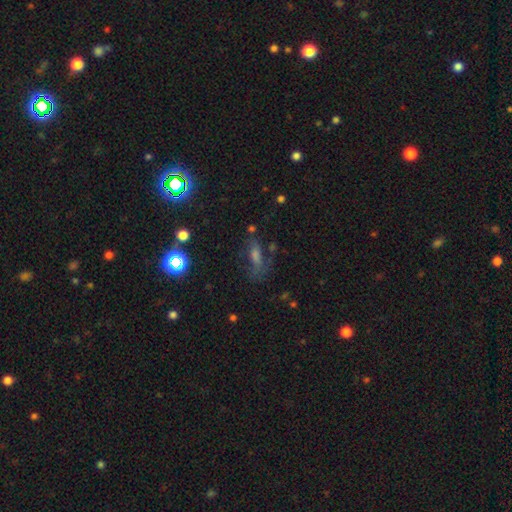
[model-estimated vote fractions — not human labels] Overall: smooth (40%; star or artifact 31%). Merging: none (54%; minor disturbance 21%).